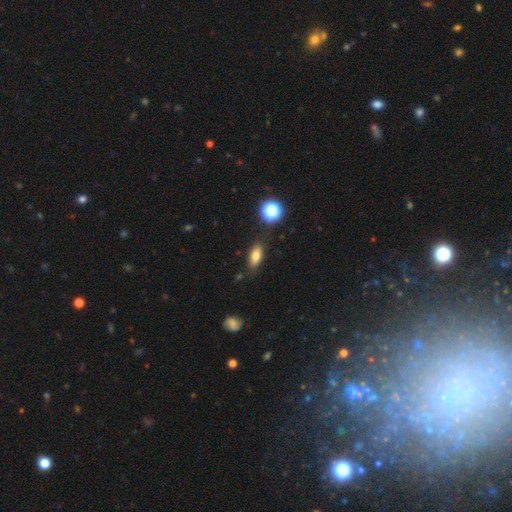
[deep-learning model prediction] Smooth or featured: smooth — 76% (featured or disk — 13%)
How rounded: in between — 76% (cigar-shaped — 19%)
Merging: none — 81% (minor disturbance — 13%)